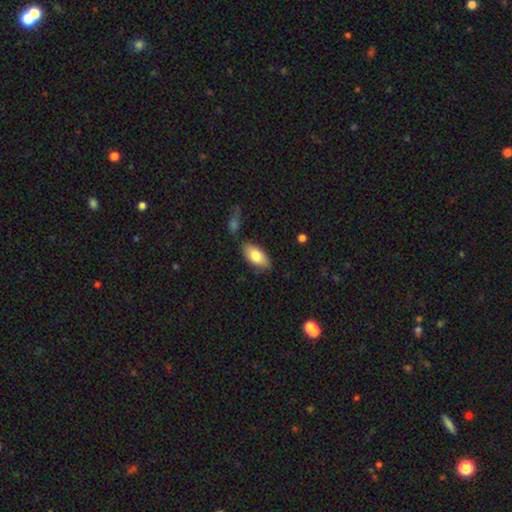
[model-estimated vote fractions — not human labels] smooth 81%, featured or disk 13%, star or artifact 6%. Down the decision tree: how rounded — in between (92%); merging — none (78%).